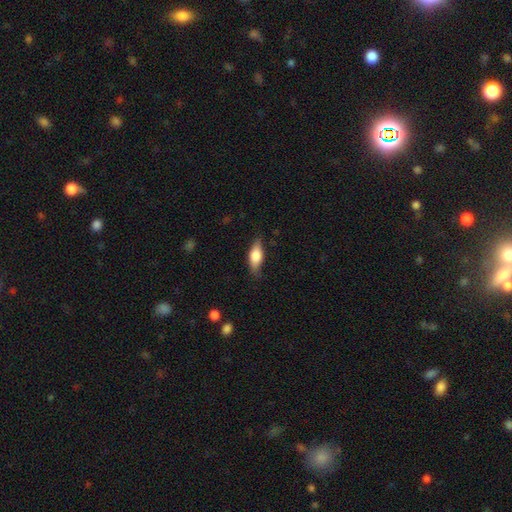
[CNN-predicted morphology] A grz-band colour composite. It shows a smooth galaxy with no disk features (69%) that is in between round and cigar-shaped (72%). Merging: none (78%).